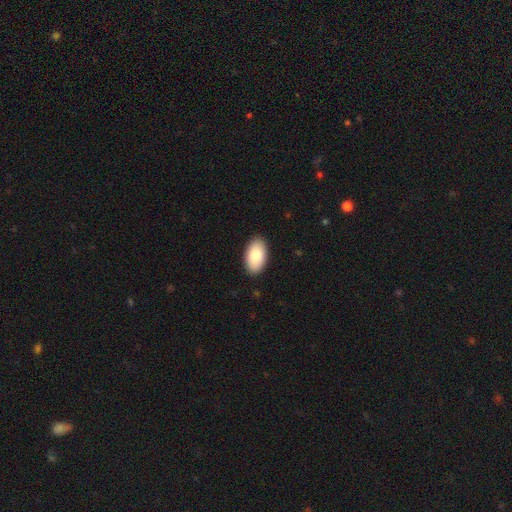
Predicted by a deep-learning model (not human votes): smooth-or-featured: smooth: 88% | featured or disk: 7% | star or artifact: 6%
  how-rounded: in between: 96% | round: 3% | cigar-shaped: 1%
  merging: none: 89% | minor disturbance: 8% | major disturbance: 2% | merger: 1%